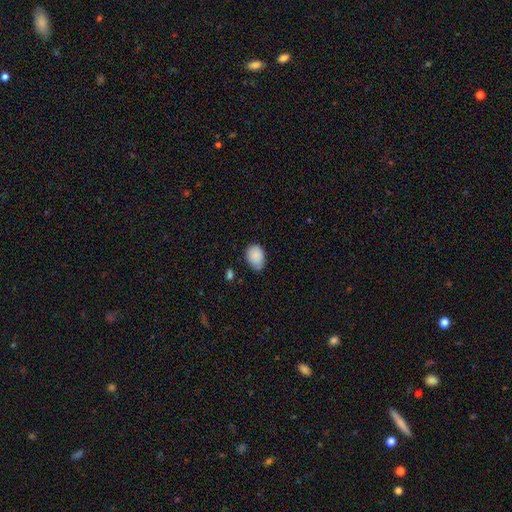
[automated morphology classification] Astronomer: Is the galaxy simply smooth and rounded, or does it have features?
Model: smooth — 88%.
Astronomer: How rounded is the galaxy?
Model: in between — 74%.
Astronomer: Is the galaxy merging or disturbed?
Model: none — 59%.